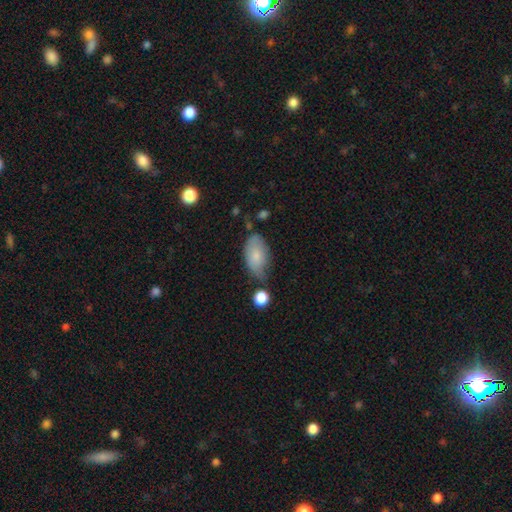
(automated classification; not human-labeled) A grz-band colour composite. It shows a smooth galaxy with no disk features (76%) that is in between round and cigar-shaped (93%). Merging: none (46%).